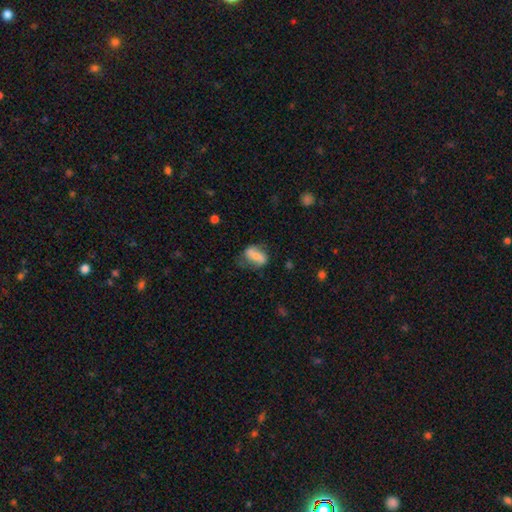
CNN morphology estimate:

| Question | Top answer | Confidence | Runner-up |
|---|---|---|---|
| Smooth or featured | smooth | 54% | featured or disk (37%) |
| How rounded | in between | 81% | round (13%) |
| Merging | none | 50% | minor disturbance (29%) |